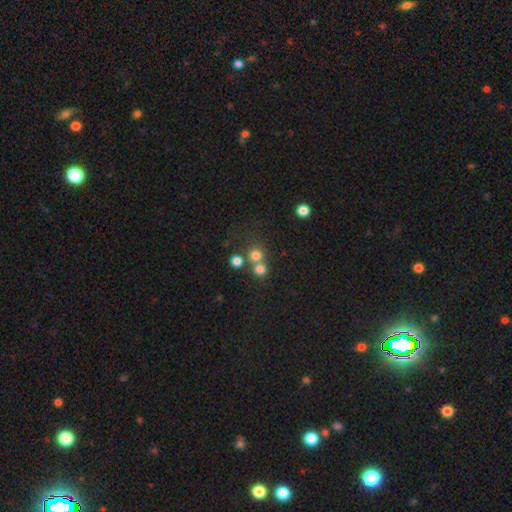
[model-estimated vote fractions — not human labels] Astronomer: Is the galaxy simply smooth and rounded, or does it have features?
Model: smooth — 75%.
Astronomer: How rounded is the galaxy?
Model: round — 90%.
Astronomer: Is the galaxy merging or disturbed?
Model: none — 57% (runner-up: merger, 34%).